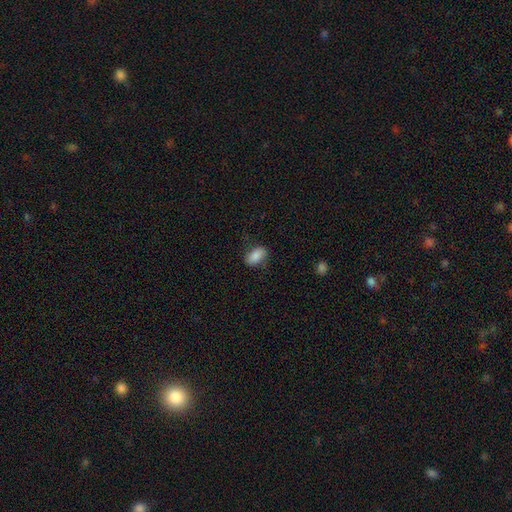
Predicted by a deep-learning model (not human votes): smooth-or-featured: smooth: 83% | featured or disk: 10% | star or artifact: 7%
  how-rounded: in between: 90% | round: 8% | cigar-shaped: 2%
  merging: none: 74% | minor disturbance: 19% | major disturbance: 6% | merger: 1%